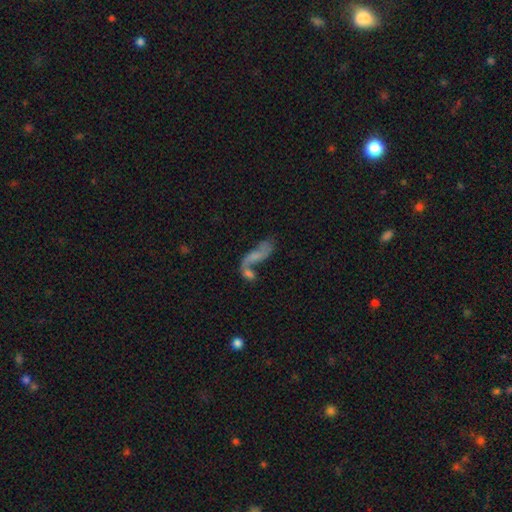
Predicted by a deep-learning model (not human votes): Q: Smooth or featured?
A: featured or disk (51%); runner-up: smooth (37%)
Q: Edge-on disk?
A: no (89%); runner-up: yes (11%)
Q: Merging?
A: merger (47%); runner-up: none (26%)